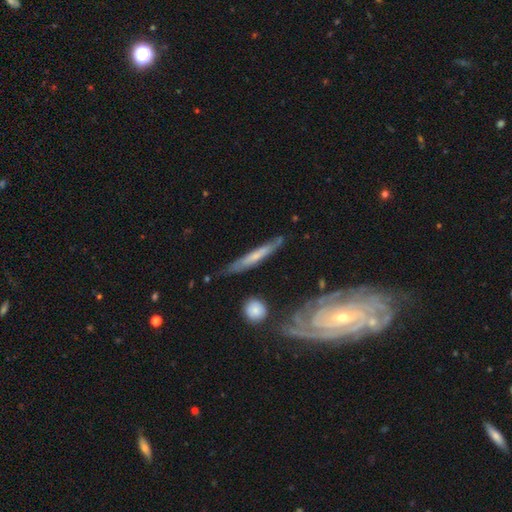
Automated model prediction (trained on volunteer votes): This appears to be a featured or disk galaxy (60%) viewed edge-on (72%). Merging: none (74%).